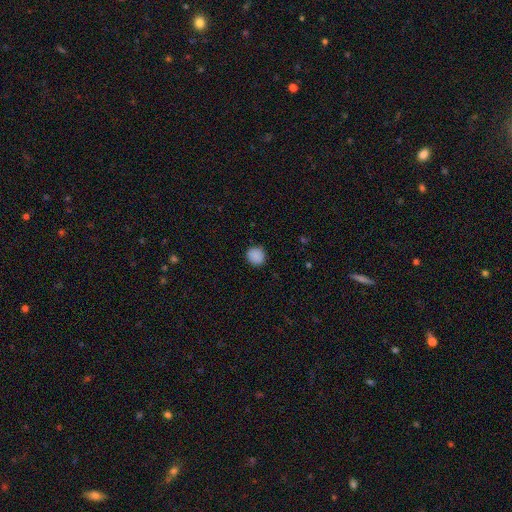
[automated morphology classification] Smooth or featured?
  - smooth: 88% *
  - star or artifact: 9%
  - featured or disk: 3%
How rounded?
  - round: 85% *
  - in between: 14%
  - cigar-shaped: 1%
Merging?
  - none: 87% *
  - minor disturbance: 9%
  - major disturbance: 2%
  - merger: 1%